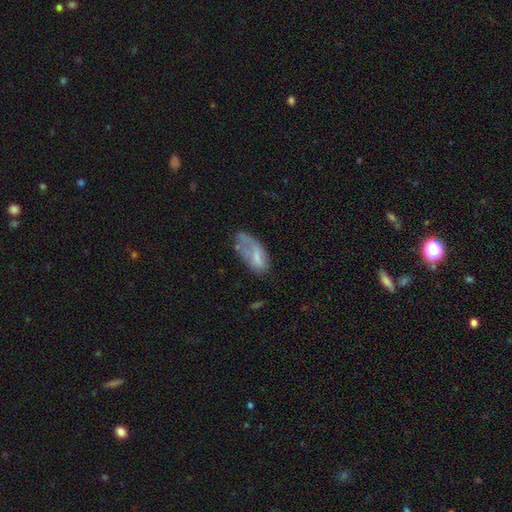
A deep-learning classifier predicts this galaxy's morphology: type=smooth (59%); roundness=in between (86%); merging=none (32%).